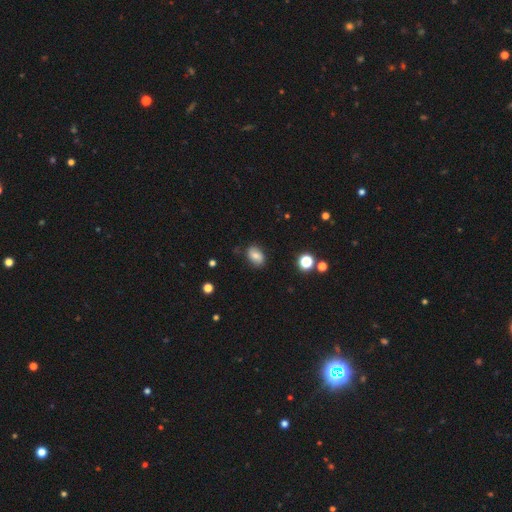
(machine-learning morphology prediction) Smooth or featured?
  - smooth: 73% *
  - featured or disk: 16%
  - star or artifact: 12%
How rounded?
  - in between: 82% *
  - round: 17%
  - cigar-shaped: 1%
Merging?
  - none: 81% *
  - minor disturbance: 14%
  - major disturbance: 3%
  - merger: 2%